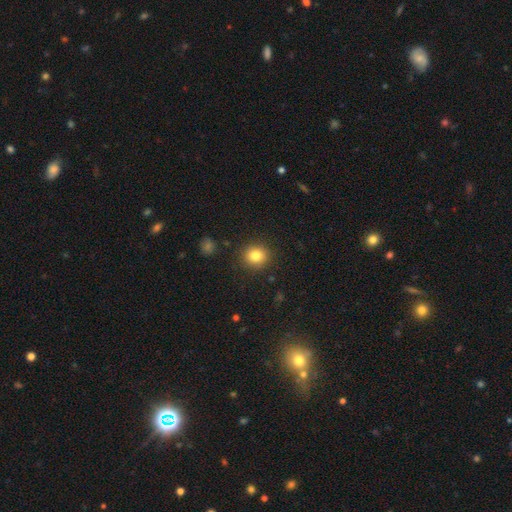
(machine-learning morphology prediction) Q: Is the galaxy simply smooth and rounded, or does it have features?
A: smooth — 83%.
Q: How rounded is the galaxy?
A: round — 82%.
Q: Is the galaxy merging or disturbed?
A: none — 89%.